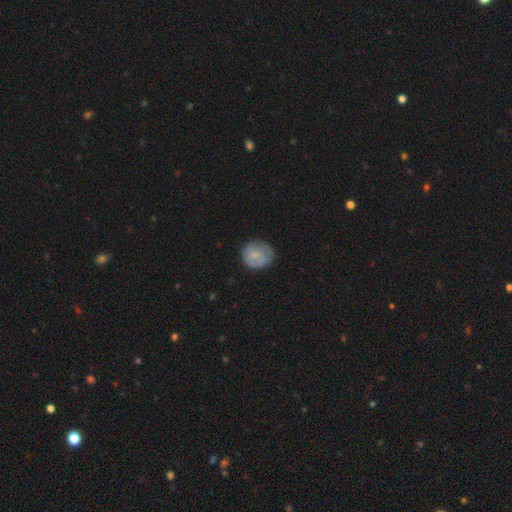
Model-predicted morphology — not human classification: Overall: smooth (68%). How rounded: round (76%). Merging: none (68%).